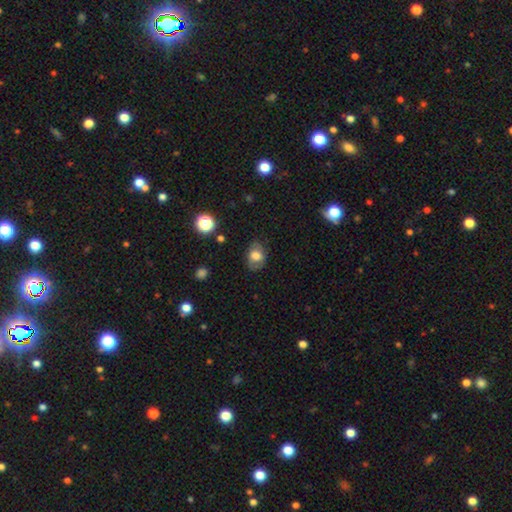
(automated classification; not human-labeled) This is likely a smooth galaxy (69%). How rounded: likely in between (72%). Merging: likely none (76%).